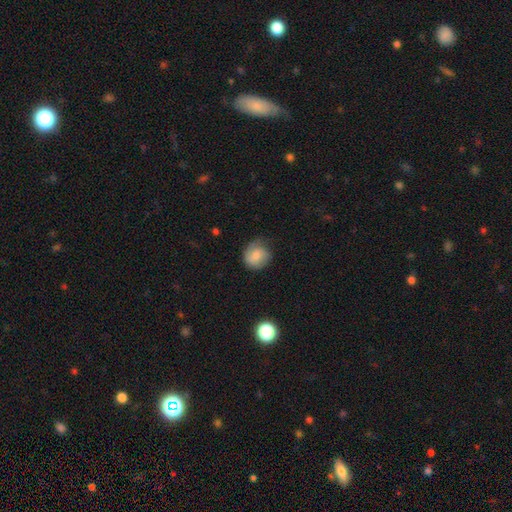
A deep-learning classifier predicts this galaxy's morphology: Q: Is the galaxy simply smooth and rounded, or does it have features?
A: smooth — 67%.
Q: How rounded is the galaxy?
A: round — 81%.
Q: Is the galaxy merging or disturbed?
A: none — 60%.